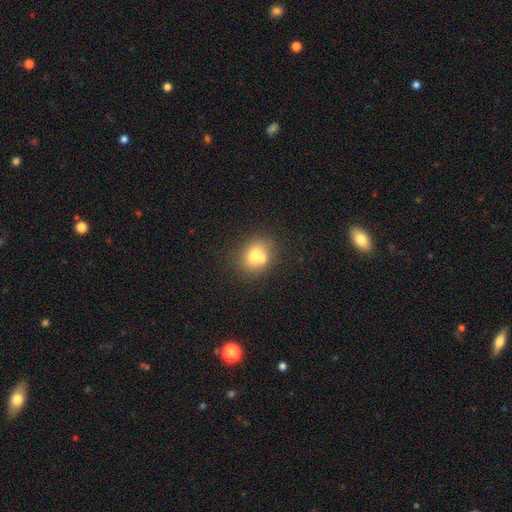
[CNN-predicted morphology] Smooth or featured: smooth — 69% (featured or disk — 21%)
How rounded: round — 69% (in between — 30%)
Merging: none — 48% (merger — 36%)